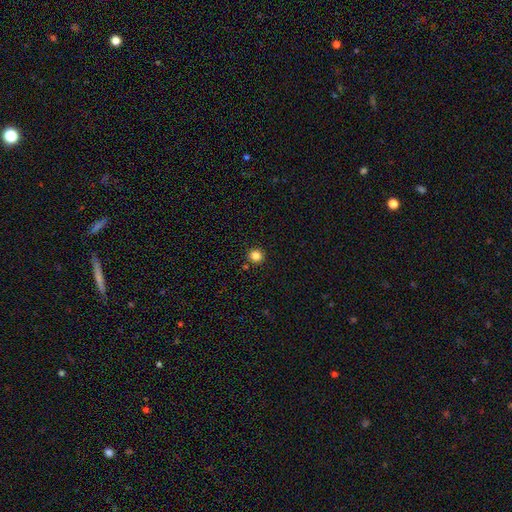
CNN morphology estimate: Overall: smooth (84%). How rounded: round (94%). Merging: none (90%).